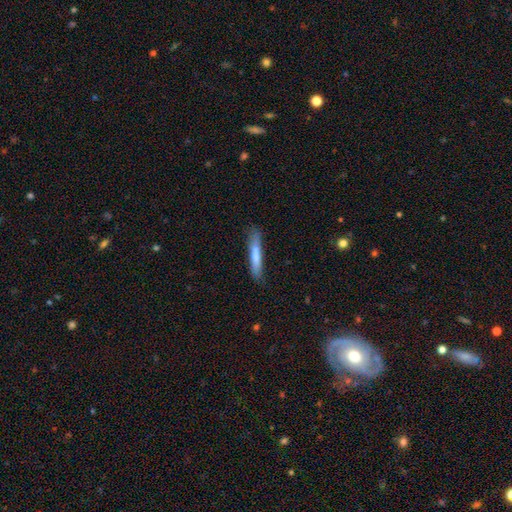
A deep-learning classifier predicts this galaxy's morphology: This is likely a smooth galaxy (72%). How rounded: clearly cigar-shaped (91%). Merging: likely none (75%).